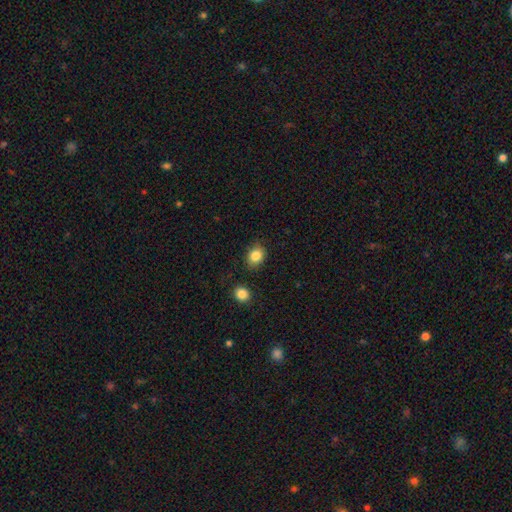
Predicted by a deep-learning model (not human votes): Q: Smooth or featured?
A: smooth (85%); runner-up: star or artifact (10%)
Q: How rounded?
A: round (57%); runner-up: in between (42%)
Q: Merging?
A: none (83%); runner-up: minor disturbance (11%)